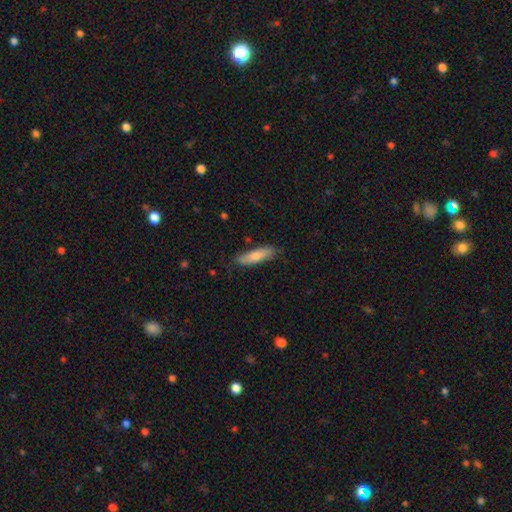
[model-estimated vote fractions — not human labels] A smooth galaxy with no disk features (71%) that is cigar-shaped (67%).

Vote fractions:
- Smooth or featured? smooth: 71% / featured or disk: 23% / star or artifact: 6%
- How rounded? cigar-shaped: 67% / in between: 31% / round: 2%
- Merging? none: 82% / minor disturbance: 14% / major disturbance: 2% / merger: 1%